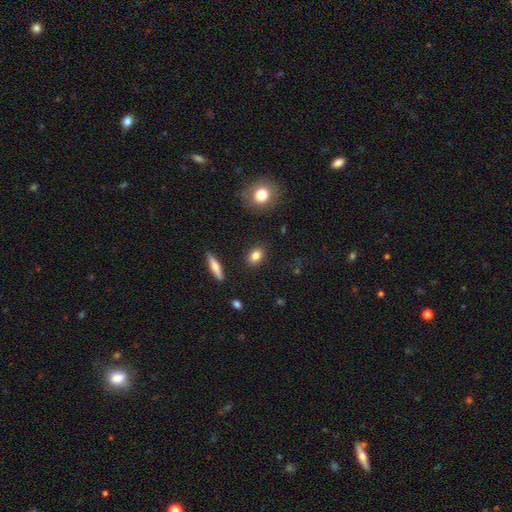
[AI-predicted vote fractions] Smooth or featured?
  - smooth: 82% *
  - featured or disk: 9%
  - star or artifact: 9%
How rounded?
  - in between: 69% *
  - round: 27%
  - cigar-shaped: 4%
Merging?
  - none: 87% *
  - minor disturbance: 8%
  - major disturbance: 2%
  - merger: 2%